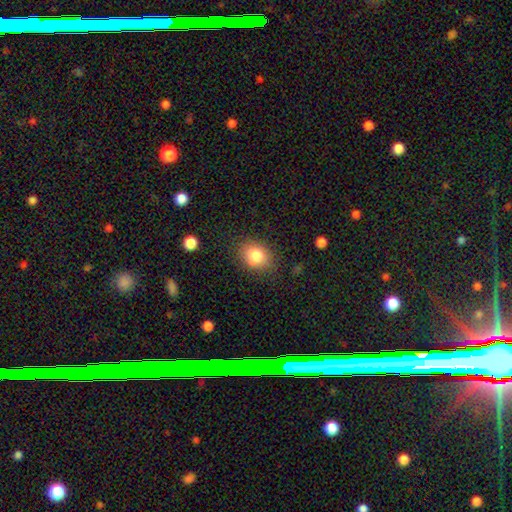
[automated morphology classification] A smooth galaxy with no disk features (81%) that is round (51%).

Vote fractions:
- Smooth or featured? smooth: 81% / star or artifact: 10% / featured or disk: 9%
- How rounded? round: 51% / in between: 48% / cigar-shaped: 1%
- Merging? none: 75% / minor disturbance: 17% / major disturbance: 5% / merger: 4%